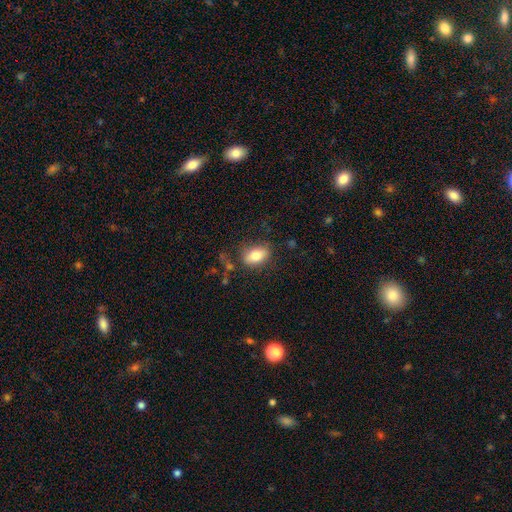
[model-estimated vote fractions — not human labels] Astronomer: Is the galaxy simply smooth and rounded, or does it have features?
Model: smooth — 80%.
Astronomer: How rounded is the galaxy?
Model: in between — 87%.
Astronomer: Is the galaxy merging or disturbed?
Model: none — 73%.